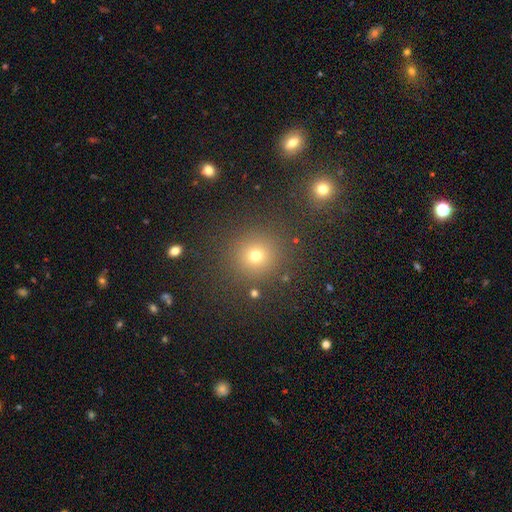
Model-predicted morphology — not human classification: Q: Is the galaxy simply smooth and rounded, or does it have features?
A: smooth — 71%.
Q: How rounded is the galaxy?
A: round — 92%.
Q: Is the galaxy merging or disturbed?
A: none — 87%.